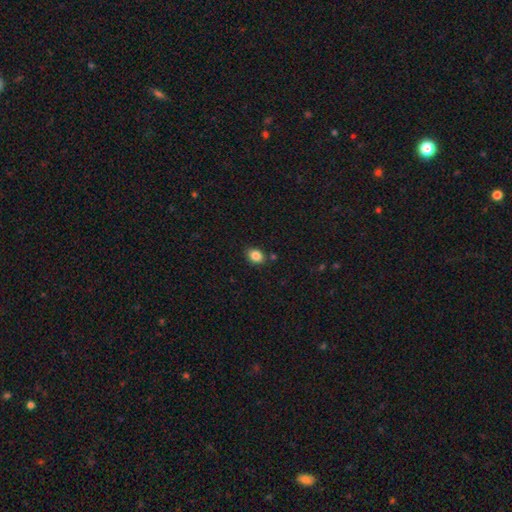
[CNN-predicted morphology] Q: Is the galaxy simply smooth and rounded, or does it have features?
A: smooth — 86%.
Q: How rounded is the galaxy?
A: in between — 65%.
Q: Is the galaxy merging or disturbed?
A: none — 82%.